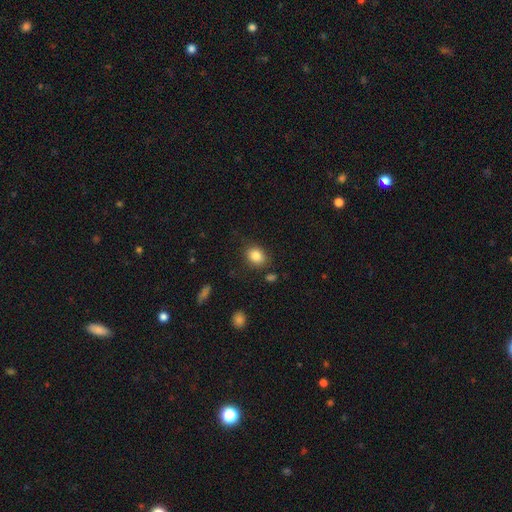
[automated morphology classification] Smooth or featured? smooth (84%)
How rounded? in between (53%)
Merging? none (81%)